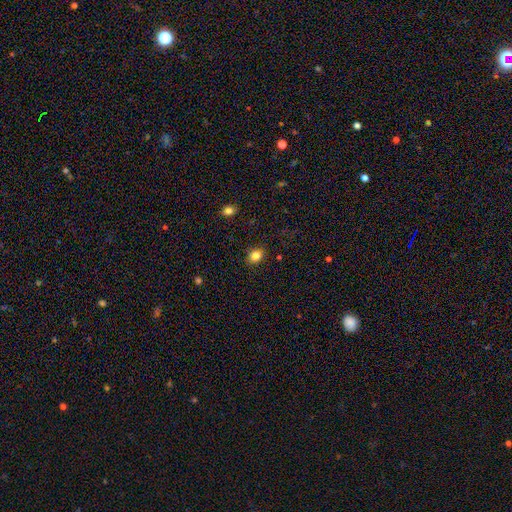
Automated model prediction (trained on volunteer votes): Smooth or featured?
  - smooth: 84% *
  - star or artifact: 11%
  - featured or disk: 5%
How rounded?
  - round: 52% *
  - in between: 47%
  - cigar-shaped: 1%
Merging?
  - none: 88% *
  - minor disturbance: 9%
  - major disturbance: 2%
  - merger: 1%